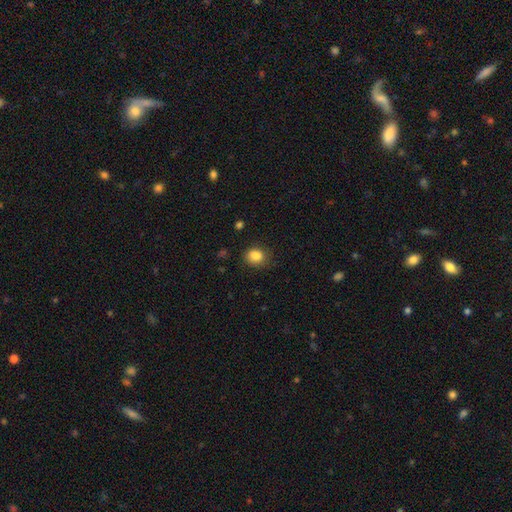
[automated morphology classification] smooth 85%, star or artifact 10%, featured or disk 5%. Down the decision tree: how rounded — round (58%); merging — none (75%).